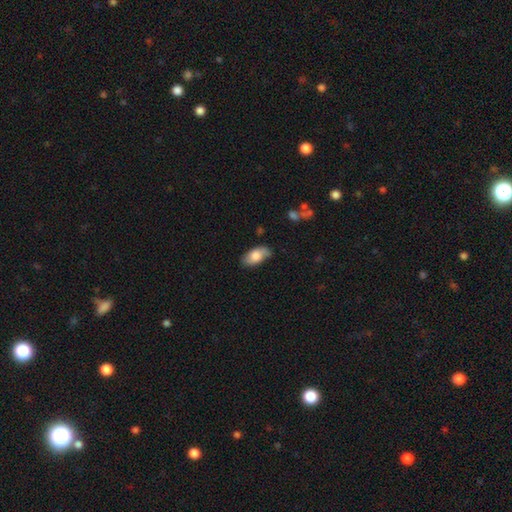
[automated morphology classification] Q: Smooth or featured?
A: smooth (75%); runner-up: featured or disk (19%)
Q: How rounded?
A: in between (93%); runner-up: cigar-shaped (4%)
Q: Merging?
A: none (74%); runner-up: minor disturbance (20%)